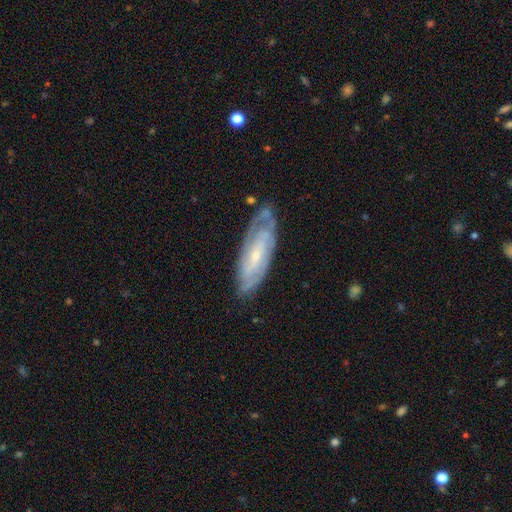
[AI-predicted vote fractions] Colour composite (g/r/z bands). It shows a featured or disk galaxy (80%) with a weak bar (42%), 2 (44%) tight (62%) spiral arms (92%) and a small central bulge (71%). Merging: none (74%).